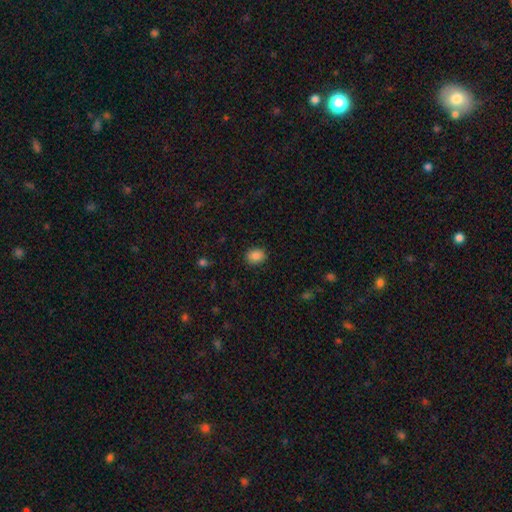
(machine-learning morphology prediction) Smooth or featured: smooth — 86% (star or artifact — 10%)
How rounded: round — 55% (in between — 45%)
Merging: none — 88% (minor disturbance — 8%)